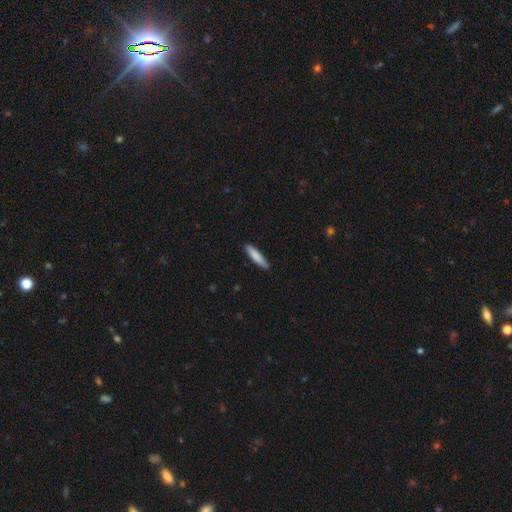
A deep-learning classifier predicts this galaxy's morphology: Q: Smooth or featured?
A: smooth (81%); runner-up: featured or disk (13%)
Q: How rounded?
A: cigar-shaped (85%); runner-up: in between (13%)
Q: Merging?
A: none (84%); runner-up: minor disturbance (13%)